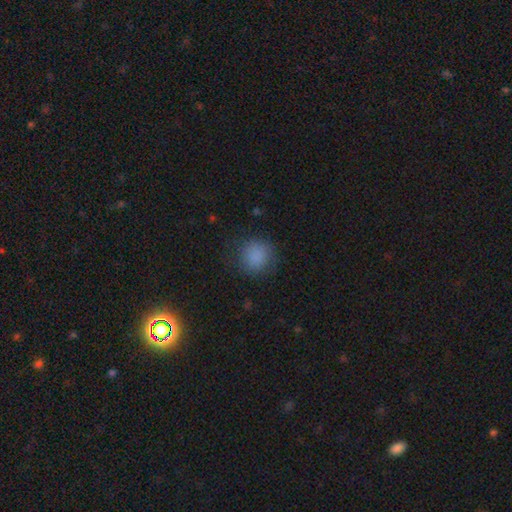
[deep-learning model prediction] Smooth or featured? smooth (85%)
How rounded? round (88%)
Merging? none (81%)